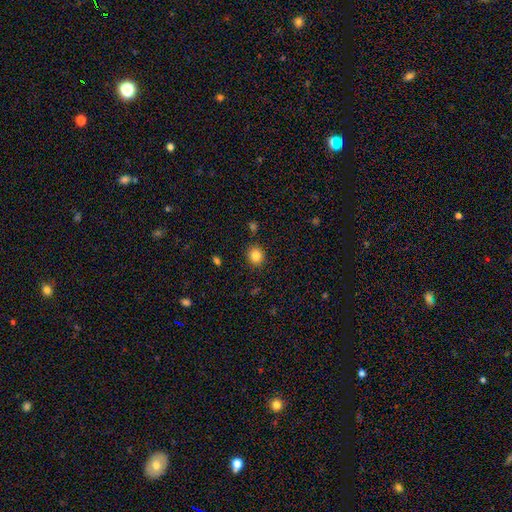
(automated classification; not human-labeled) smooth-or-featured: smooth: 85% | star or artifact: 11% | featured or disk: 4%
  how-rounded: round: 75% | in between: 24% | cigar-shaped: 1%
  merging: none: 85% | minor disturbance: 10% | major disturbance: 3% | merger: 3%